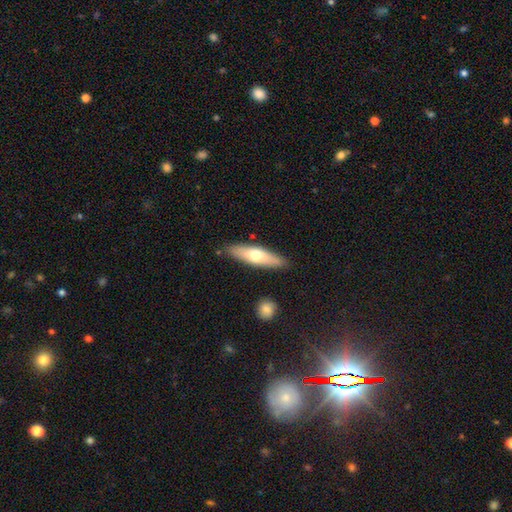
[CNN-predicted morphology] smooth-or-featured: smooth: 60% | featured or disk: 35% | star or artifact: 5%
  how-rounded: cigar-shaped: 64% | in between: 34% | round: 2%
  merging: none: 84% | minor disturbance: 11% | merger: 3% | major disturbance: 2%